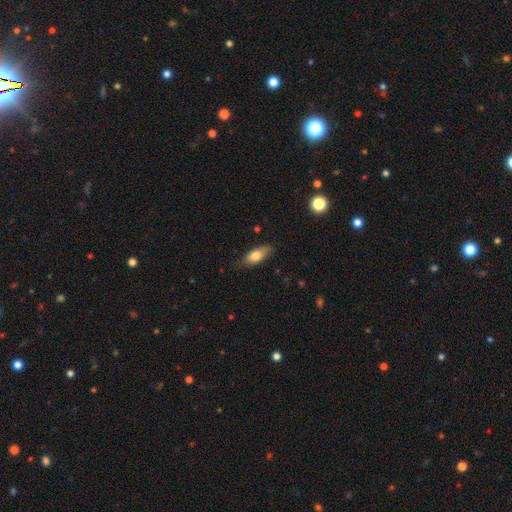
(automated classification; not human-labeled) A smooth galaxy with no disk features (74%) that is in between round and cigar-shaped (76%).

Vote fractions:
- Smooth or featured? smooth: 74% / featured or disk: 19% / star or artifact: 7%
- How rounded? in between: 76% / cigar-shaped: 21% / round: 3%
- Merging? none: 76% / minor disturbance: 19% / major disturbance: 3% / merger: 1%